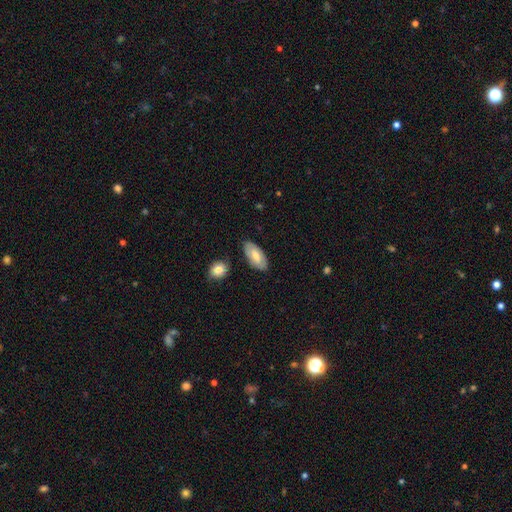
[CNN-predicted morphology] Q: Smooth or featured?
A: smooth (62%); runner-up: featured or disk (32%)
Q: How rounded?
A: in between (91%); runner-up: cigar-shaped (6%)
Q: Merging?
A: none (81%); runner-up: minor disturbance (13%)